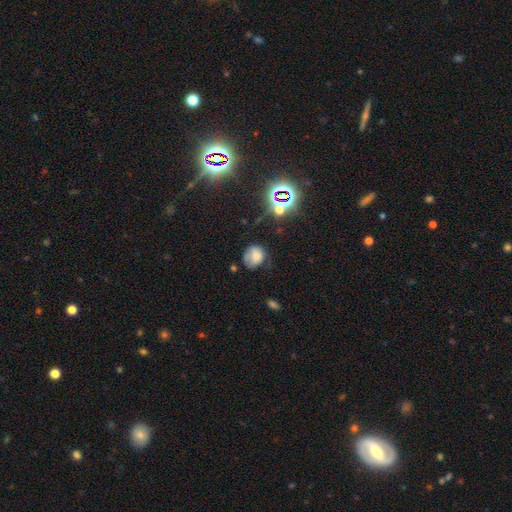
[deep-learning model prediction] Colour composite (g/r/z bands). It shows a smooth galaxy with no disk features (64%) that is round (63%). Merging: none (45%).